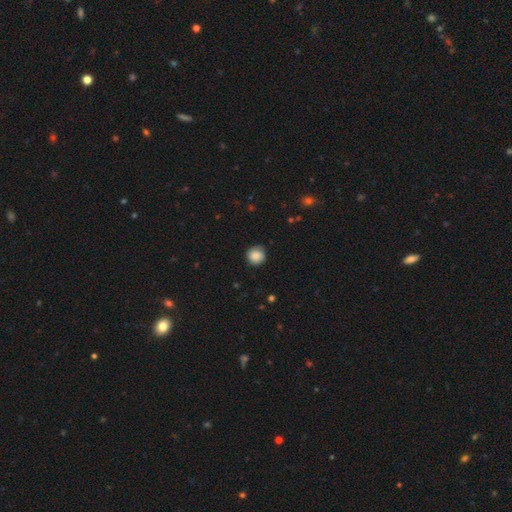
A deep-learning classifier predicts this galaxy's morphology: Smooth or featured? Predicted: smooth (p=0.83). How rounded? Predicted: round (p=0.91). Merging? Predicted: none (p=0.80).